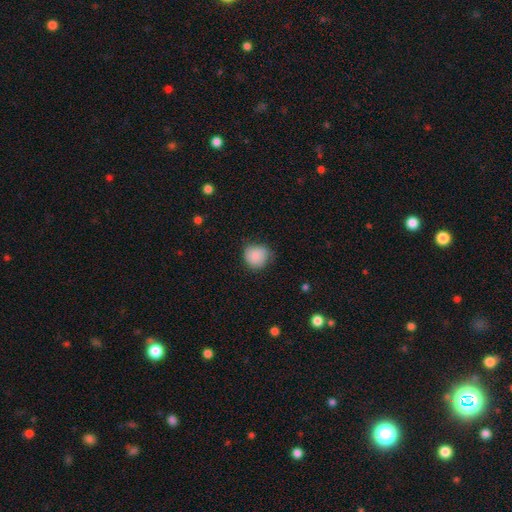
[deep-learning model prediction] Smooth or featured? Predicted: smooth (p=0.80). How rounded? Predicted: round (p=0.83). Merging? Predicted: none (p=0.65).